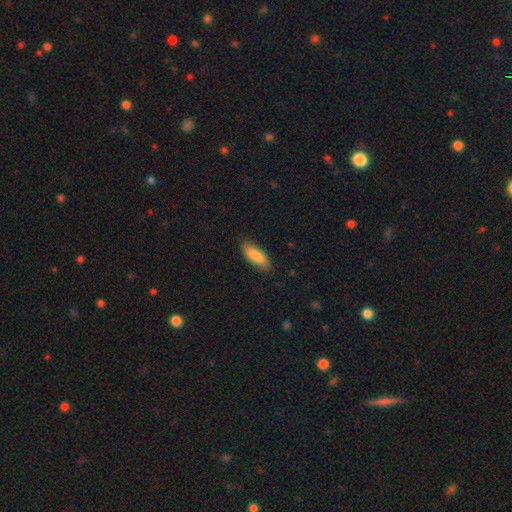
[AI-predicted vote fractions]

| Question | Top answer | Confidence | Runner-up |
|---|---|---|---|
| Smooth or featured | smooth | 85% | featured or disk (9%) |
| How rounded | in between | 70% | cigar-shaped (28%) |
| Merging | none | 82% | minor disturbance (15%) |